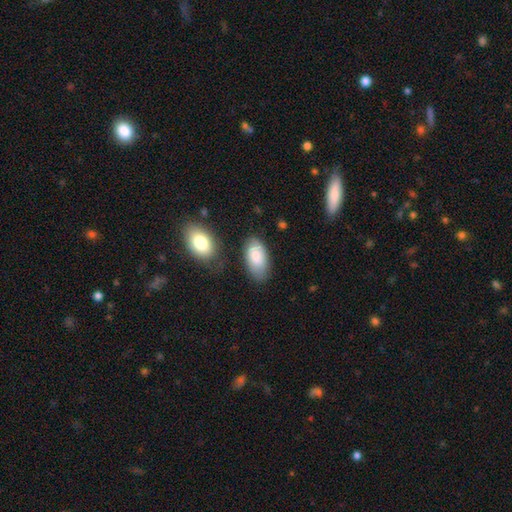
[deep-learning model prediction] A smooth galaxy with no disk features (80%) that is in between round and cigar-shaped (94%).

Vote fractions:
- Smooth or featured? smooth: 80% / featured or disk: 13% / star or artifact: 6%
- How rounded? in between: 94% / round: 3% / cigar-shaped: 3%
- Merging? none: 69% / minor disturbance: 20% / major disturbance: 5% / merger: 5%